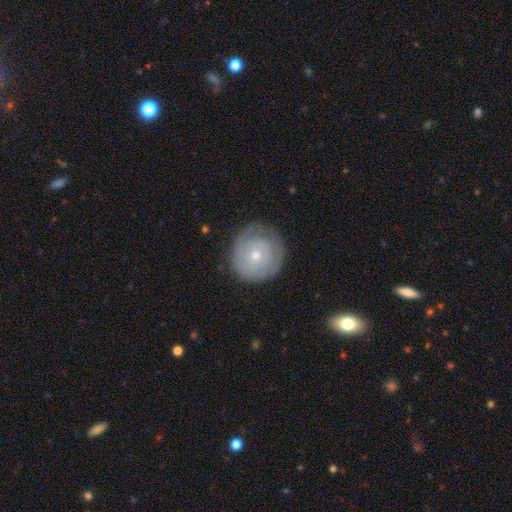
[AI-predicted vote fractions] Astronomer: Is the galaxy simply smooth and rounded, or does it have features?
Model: featured or disk — 59% (runner-up: smooth, 34%).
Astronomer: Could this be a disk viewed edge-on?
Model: no — 97%.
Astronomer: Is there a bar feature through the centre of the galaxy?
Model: no — 86%.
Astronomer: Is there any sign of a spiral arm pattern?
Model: yes — 71%.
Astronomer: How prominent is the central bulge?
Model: small — 71%.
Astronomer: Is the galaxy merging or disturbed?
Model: none — 75%.